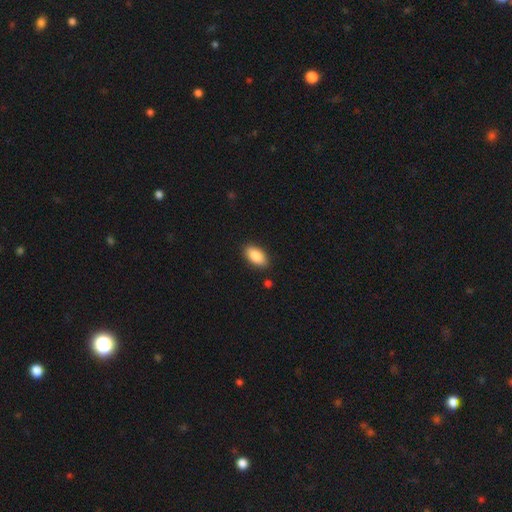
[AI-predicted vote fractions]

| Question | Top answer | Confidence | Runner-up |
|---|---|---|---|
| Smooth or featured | smooth | 87% | featured or disk (7%) |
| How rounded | in between | 92% | cigar-shaped (5%) |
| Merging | none | 88% | minor disturbance (9%) |